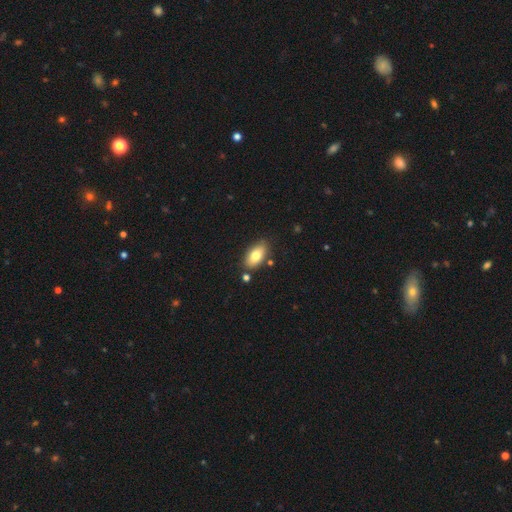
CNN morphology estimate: Smooth or featured? Predicted: smooth (p=0.78). How rounded? Predicted: in between (p=0.92). Merging? Predicted: none (p=0.80).